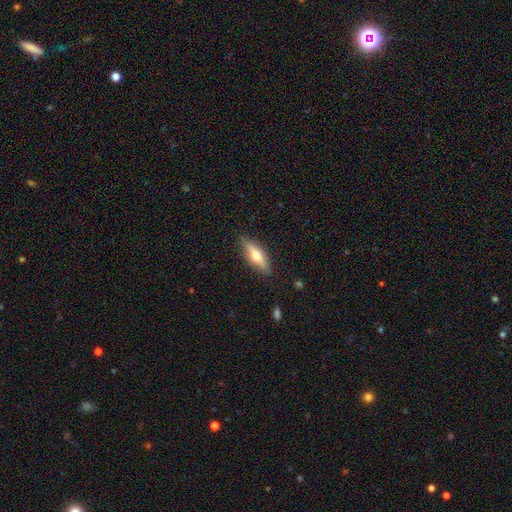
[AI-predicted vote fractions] Morphology: type=smooth (49%); merging=none (85%).